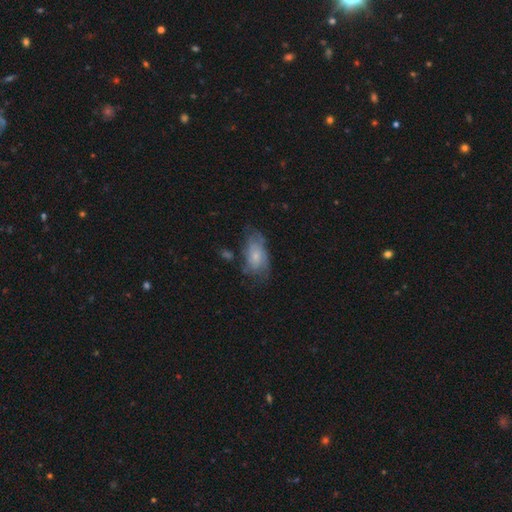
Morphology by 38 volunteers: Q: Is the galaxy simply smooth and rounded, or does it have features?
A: smooth — 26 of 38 (68%).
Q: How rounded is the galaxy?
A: in between — 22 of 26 (85%).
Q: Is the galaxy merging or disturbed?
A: none — 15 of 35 (43%).